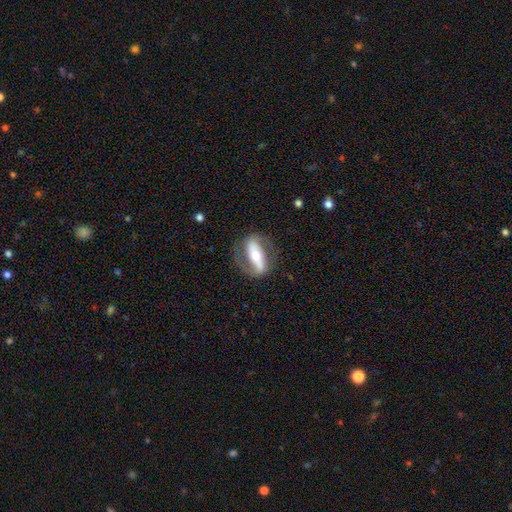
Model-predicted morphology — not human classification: featured or disk 71%, smooth 23%, star or artifact 6%. Down the decision tree: edge-on disk — no (77%); bar — strong (68%); spiral arms — yes (66%); bulge size — moderate (63%); merging — none (72%).